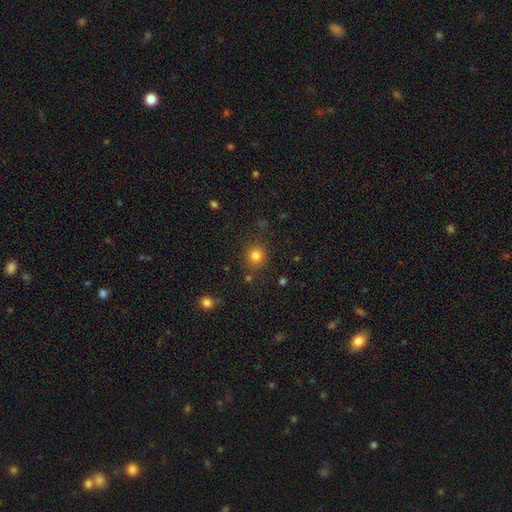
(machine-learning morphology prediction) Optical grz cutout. It shows a smooth galaxy with no disk features (81%) that is round (90%). Merging: none (85%).